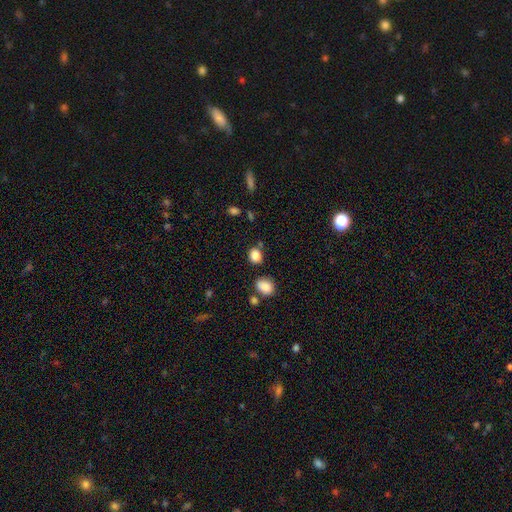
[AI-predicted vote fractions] A smooth galaxy with no disk features (85%) that is in between round and cigar-shaped (54%). Merging: none (70%).